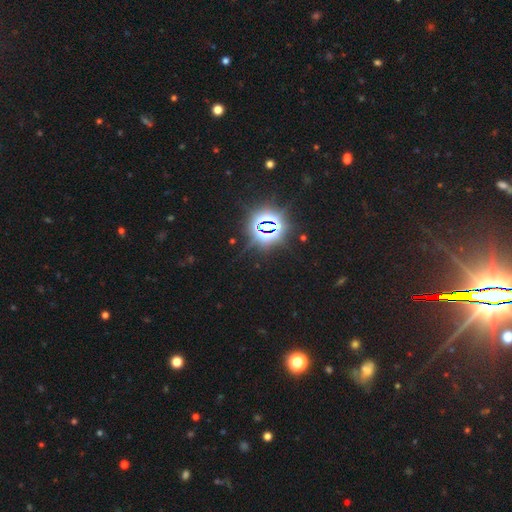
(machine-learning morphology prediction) Smooth or featured?
  - star or artifact: 84% *
  - smooth: 8%
  - featured or disk: 8%